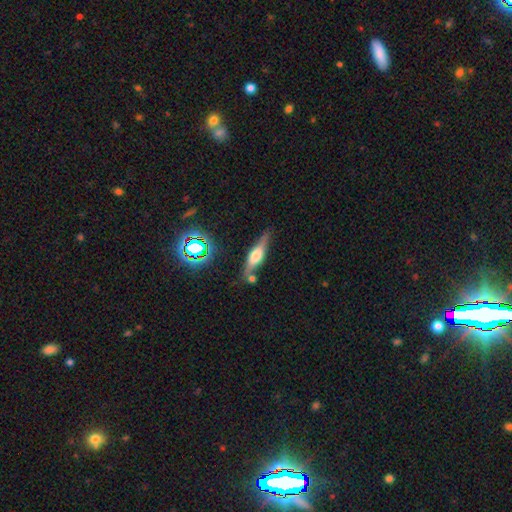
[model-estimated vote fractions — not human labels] Smooth or featured?
  - featured or disk: 54% *
  - smooth: 35%
  - star or artifact: 11%
Edge-on disk?
  - yes: 88% *
  - no: 12%
Merging?
  - none: 67% *
  - minor disturbance: 18%
  - merger: 10%
  - major disturbance: 5%